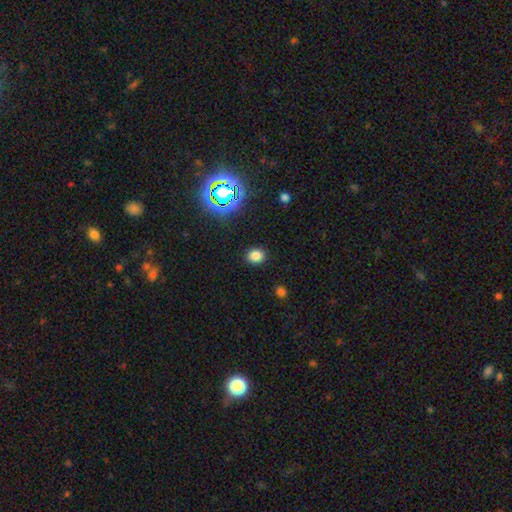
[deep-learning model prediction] Smooth or featured?
  - smooth: 78% *
  - star or artifact: 17%
  - featured or disk: 5%
How rounded?
  - round: 53% *
  - in between: 46%
  - cigar-shaped: 1%
Merging?
  - none: 88% *
  - minor disturbance: 8%
  - major disturbance: 3%
  - merger: 1%